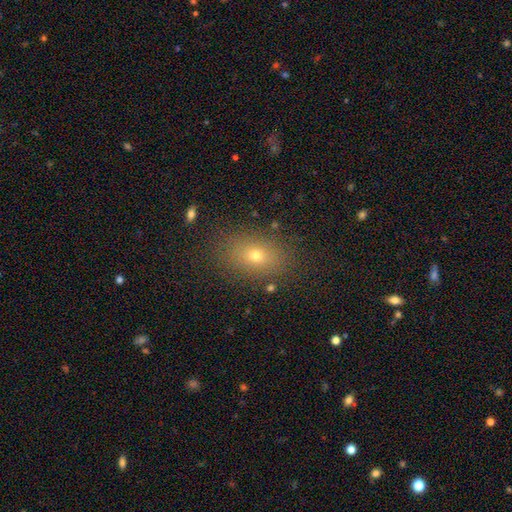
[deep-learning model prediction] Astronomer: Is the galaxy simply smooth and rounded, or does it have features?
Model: smooth — 68%.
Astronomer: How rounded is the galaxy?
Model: in between — 78%.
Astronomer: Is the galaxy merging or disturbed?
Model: none — 84%.